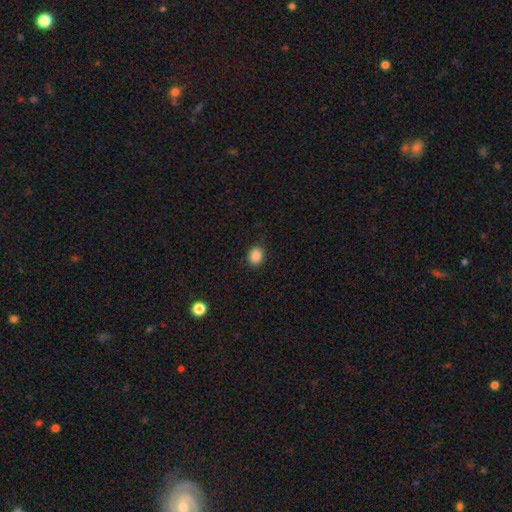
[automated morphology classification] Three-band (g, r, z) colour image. It shows a smooth galaxy with no disk features (87%) that is round (62%). Merging: none (90%).